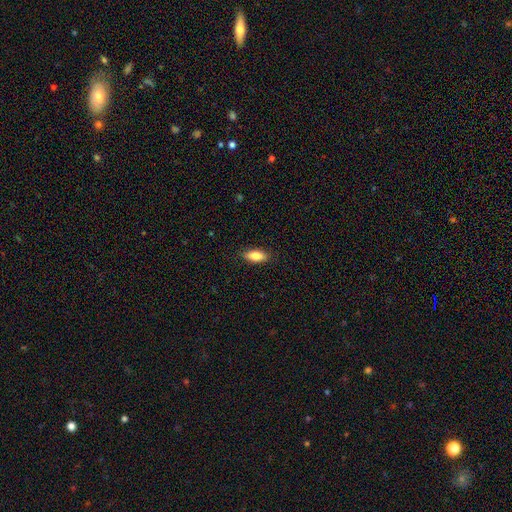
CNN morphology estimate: The model was most divided on "how rounded": in between: 79%, cigar-shaped: 18%, round: 3%. More confident: merging — none (87%); smooth or featured — smooth (80%).